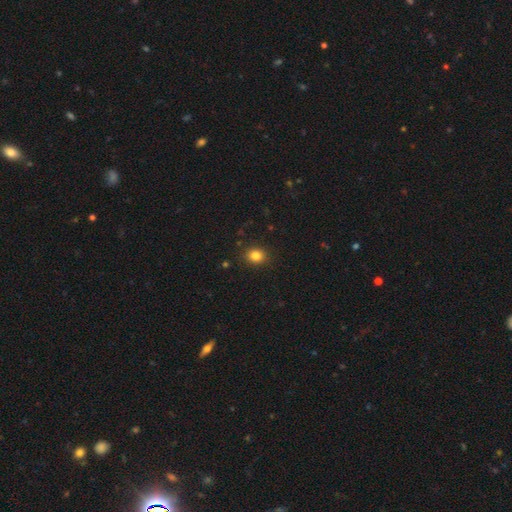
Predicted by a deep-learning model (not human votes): Q: Smooth or featured?
A: smooth (83%); runner-up: star or artifact (12%)
Q: How rounded?
A: round (69%); runner-up: in between (30%)
Q: Merging?
A: none (89%); runner-up: minor disturbance (8%)